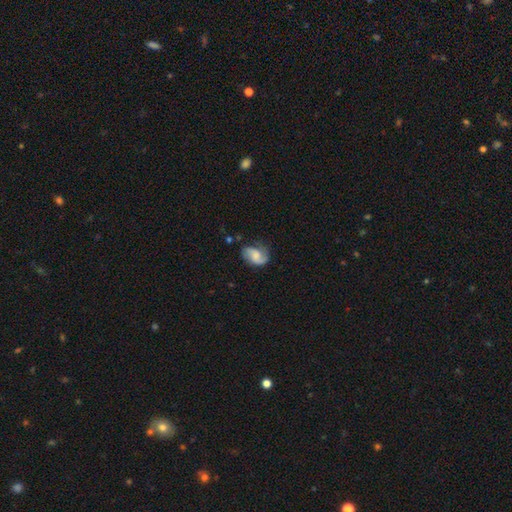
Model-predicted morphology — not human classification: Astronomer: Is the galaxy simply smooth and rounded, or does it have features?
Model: featured or disk — 67%.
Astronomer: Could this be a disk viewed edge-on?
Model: no — 97%.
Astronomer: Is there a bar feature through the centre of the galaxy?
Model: no — 52% (runner-up: weak, 39%).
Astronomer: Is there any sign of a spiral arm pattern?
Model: yes — 93%.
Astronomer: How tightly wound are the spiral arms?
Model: medium — 43% (runner-up: loose, 39%).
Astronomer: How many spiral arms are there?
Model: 2 — 79%.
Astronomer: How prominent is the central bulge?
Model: moderate — 32% (runner-up: small, 27%).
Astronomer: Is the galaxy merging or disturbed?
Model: none — 63%.